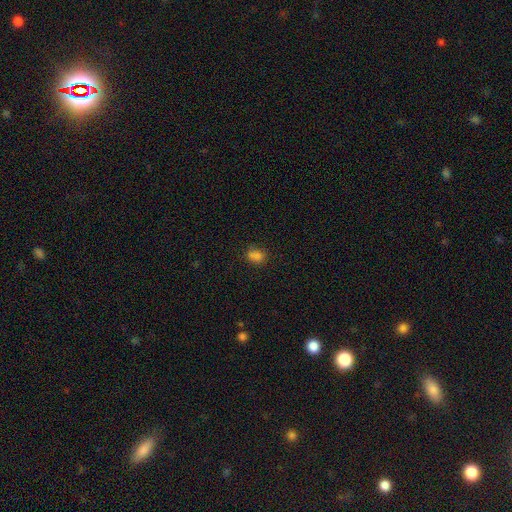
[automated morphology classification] Smooth or featured: smooth — 78% (star or artifact — 15%)
How rounded: in between — 52% (round — 46%)
Merging: none — 62% (minor disturbance — 19%)